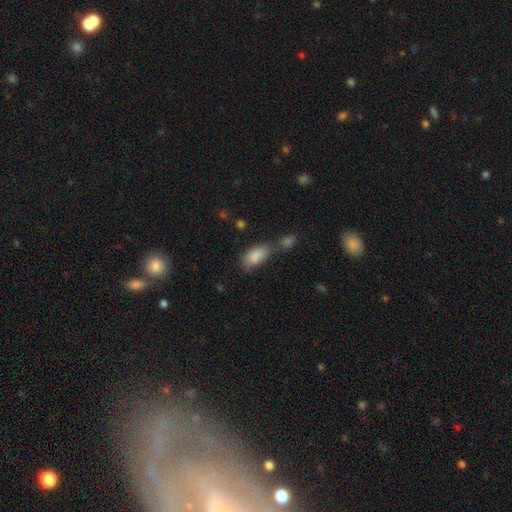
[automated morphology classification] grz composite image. It shows a smooth galaxy with no disk features (86%) that is in between round and cigar-shaped (91%). Merging: none (39%).